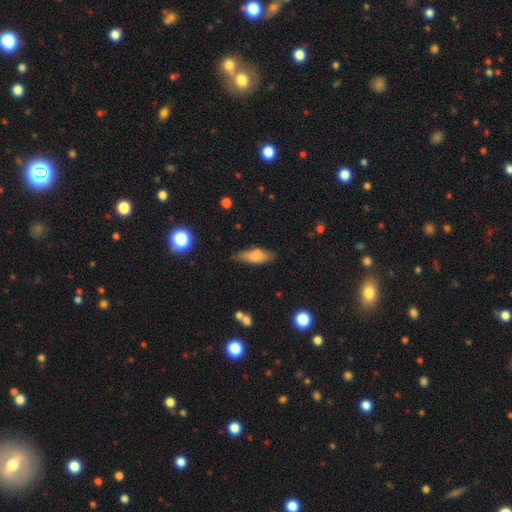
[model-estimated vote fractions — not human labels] smooth 73%, featured or disk 19%, star or artifact 8%. Down the decision tree: how rounded — in between (62%); merging — none (66%).